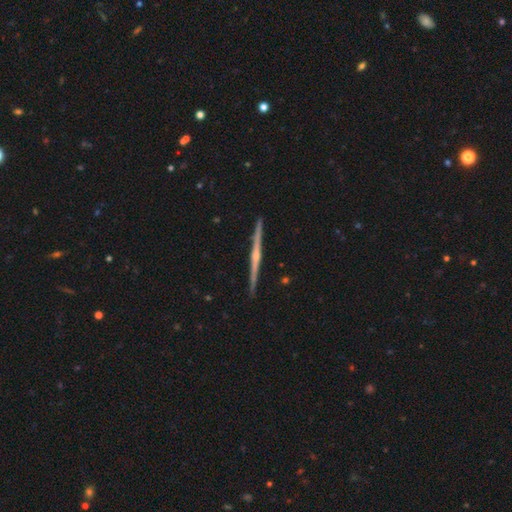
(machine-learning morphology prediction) smooth-or-featured: featured or disk: 73% | smooth: 18% | star or artifact: 9%
  disk-edge-on: yes: 97% | no: 3%
    edge-on-bulge: rounded: 64% | none: 28% | boxy: 9%
  merging: none: 89% | minor disturbance: 8% | major disturbance: 2% | merger: 2%